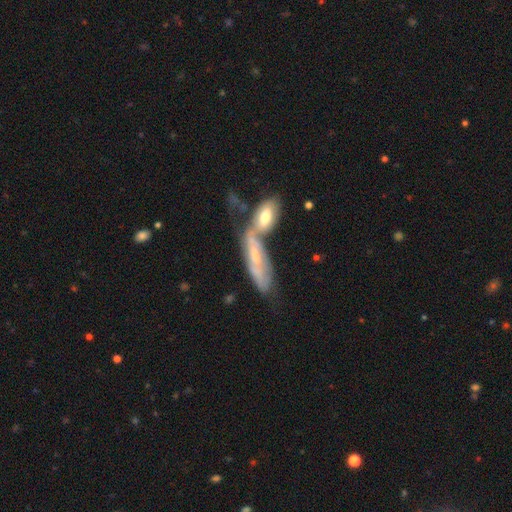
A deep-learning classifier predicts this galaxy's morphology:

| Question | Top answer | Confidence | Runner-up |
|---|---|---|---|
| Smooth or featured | featured or disk | 58% | smooth (33%) |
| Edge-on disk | no | 61% | yes (39%) |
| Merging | merger | 52% | none (28%) |